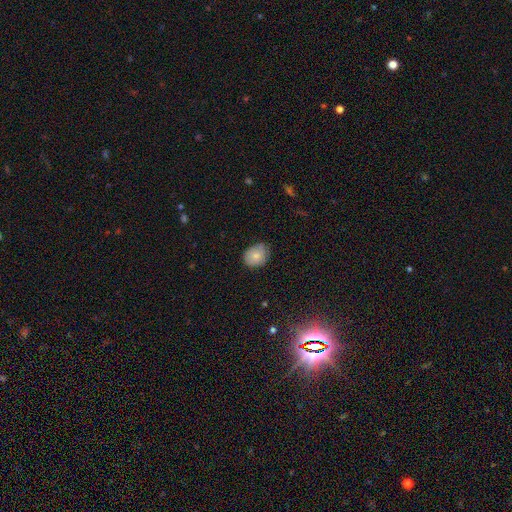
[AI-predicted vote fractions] Overall: smooth (81%). How rounded: round (51%; in between 48%). Merging: none (70%).